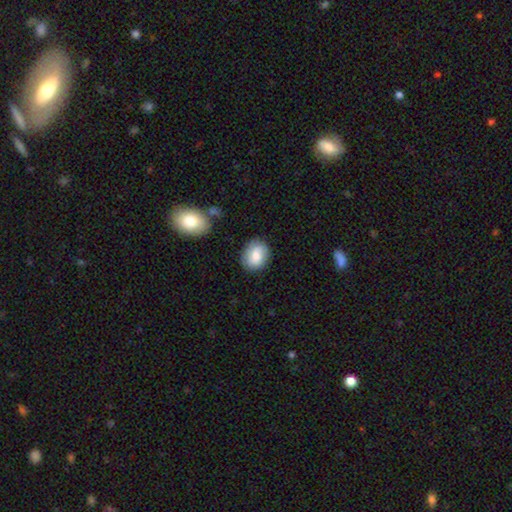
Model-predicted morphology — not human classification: This is likely a smooth galaxy (78%). How rounded: possibly in between (50%). Merging: likely none (77%).